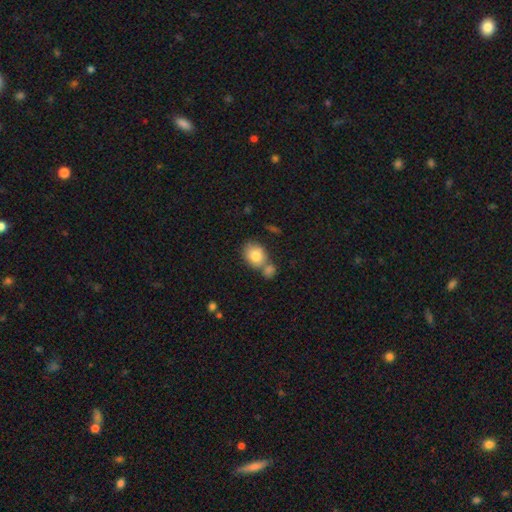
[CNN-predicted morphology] A smooth galaxy with no disk features (79%) that is round (51%). Merging: none (49%).